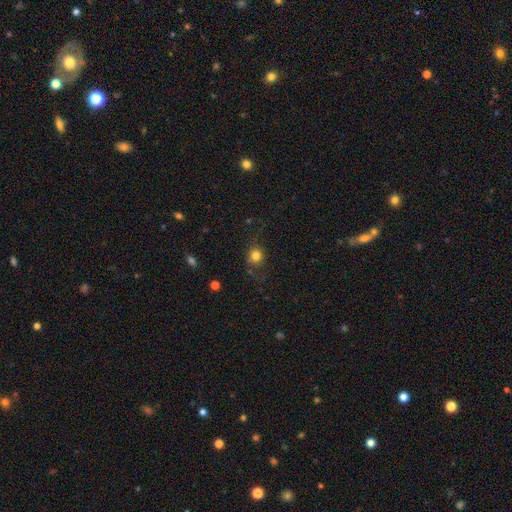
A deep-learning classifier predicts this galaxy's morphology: This appears to be a smooth galaxy with no disk features (78%) that is round (86%). Merging: none (72%).